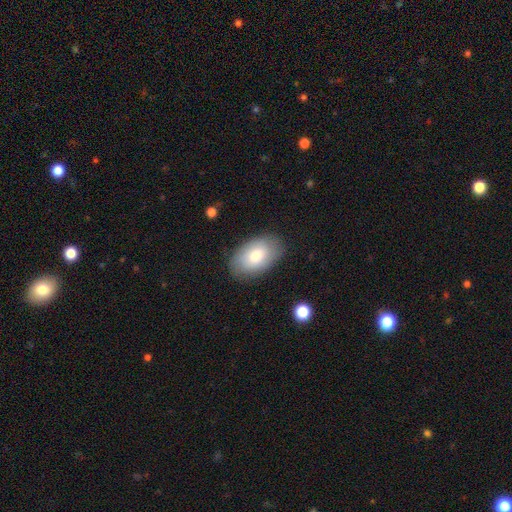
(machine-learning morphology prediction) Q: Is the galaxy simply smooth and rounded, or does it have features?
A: smooth — 75%.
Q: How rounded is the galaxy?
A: in between — 93%.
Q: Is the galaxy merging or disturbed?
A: none — 84%.